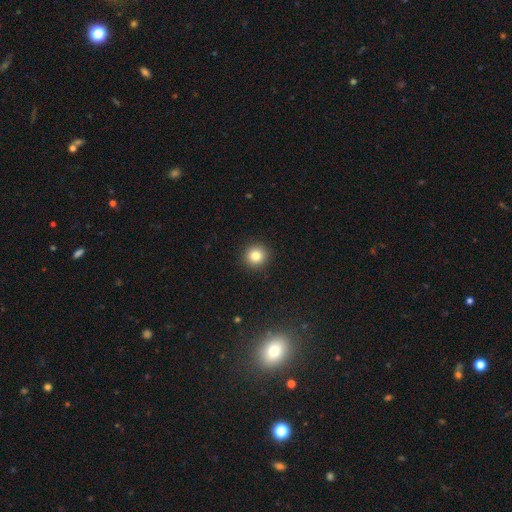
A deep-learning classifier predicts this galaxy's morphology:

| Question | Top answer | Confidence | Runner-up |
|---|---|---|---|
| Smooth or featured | smooth | 82% | star or artifact (11%) |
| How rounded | round | 94% | in between (5%) |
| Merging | none | 92% | minor disturbance (5%) |